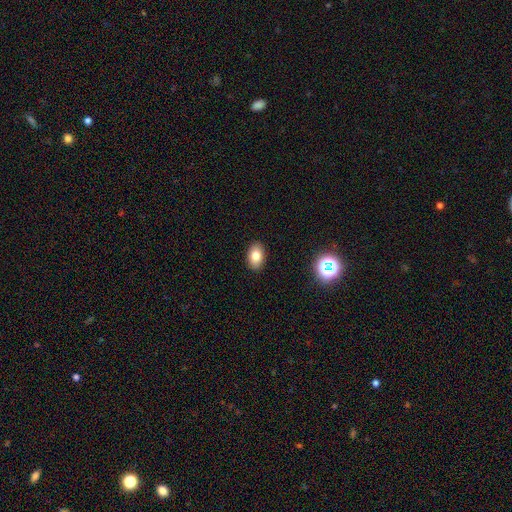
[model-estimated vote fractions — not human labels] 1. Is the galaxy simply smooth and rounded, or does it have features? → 80% smooth, 10% star or artifact, 10% featured or disk.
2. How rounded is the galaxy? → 87% in between, 11% round, 1% cigar-shaped.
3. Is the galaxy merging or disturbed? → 90% none, 7% minor disturbance, 2% major disturbance, 1% merger.